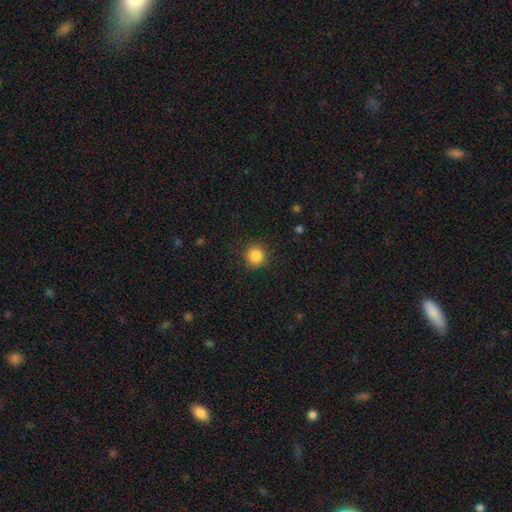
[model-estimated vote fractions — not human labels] Q: Smooth or featured?
A: smooth (85%); runner-up: star or artifact (10%)
Q: How rounded?
A: round (92%); runner-up: in between (7%)
Q: Merging?
A: none (89%); runner-up: minor disturbance (8%)